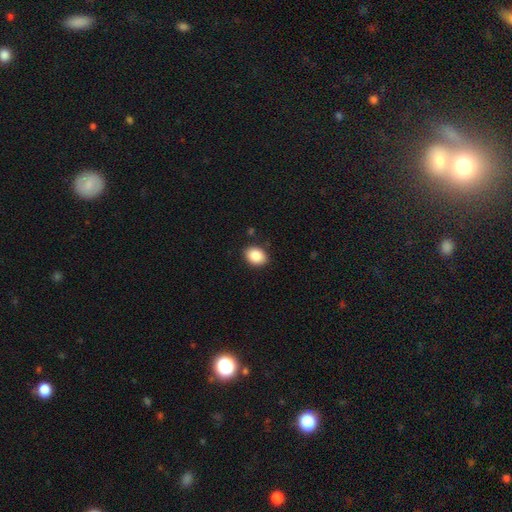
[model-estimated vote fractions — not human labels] Smooth or featured? Predicted: smooth (p=0.88). How rounded? Predicted: in between (p=0.67). Merging? Predicted: none (p=0.88).